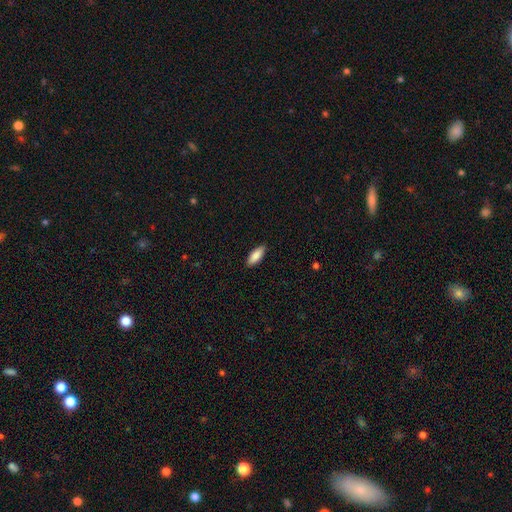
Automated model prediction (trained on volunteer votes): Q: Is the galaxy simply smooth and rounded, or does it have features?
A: smooth — 87%.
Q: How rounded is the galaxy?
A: in between — 72%.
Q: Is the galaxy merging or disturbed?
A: none — 89%.